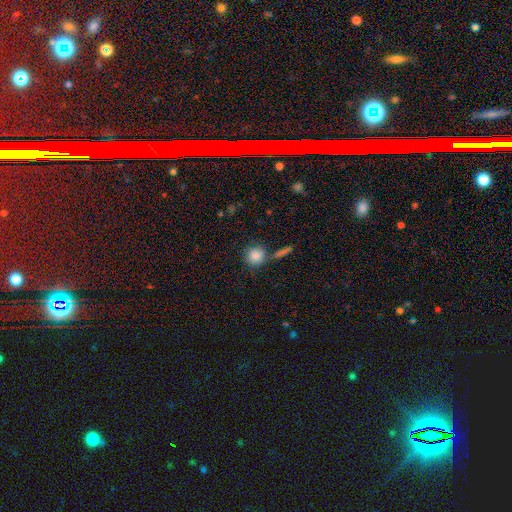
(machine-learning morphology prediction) type=smooth (85%); roundness=round (89%); merging=none (71%).